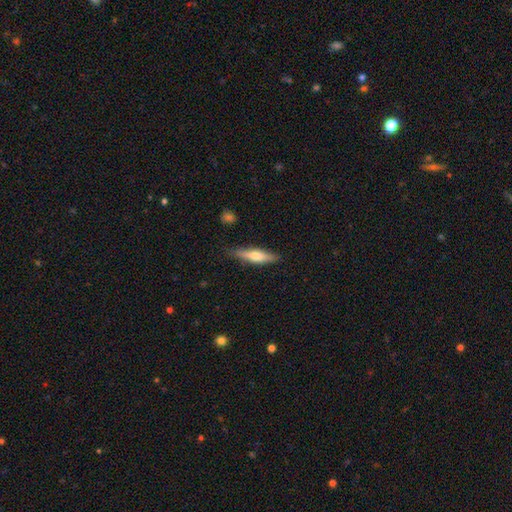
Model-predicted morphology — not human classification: A smooth galaxy with no disk features (51%) that is cigar-shaped (76%). Merging: none (85%).